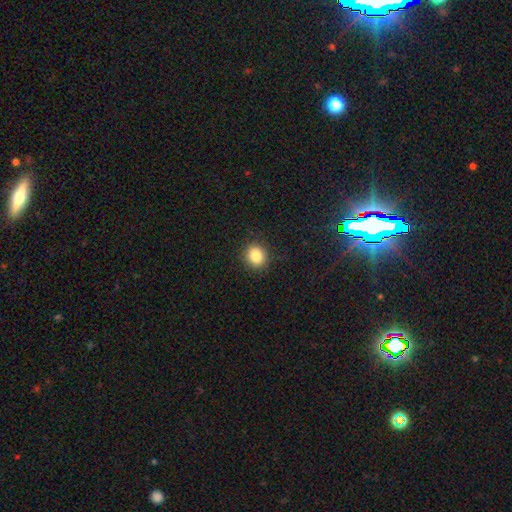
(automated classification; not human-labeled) Morphology: type=smooth (85%); roundness=round (74%); merging=none (89%).